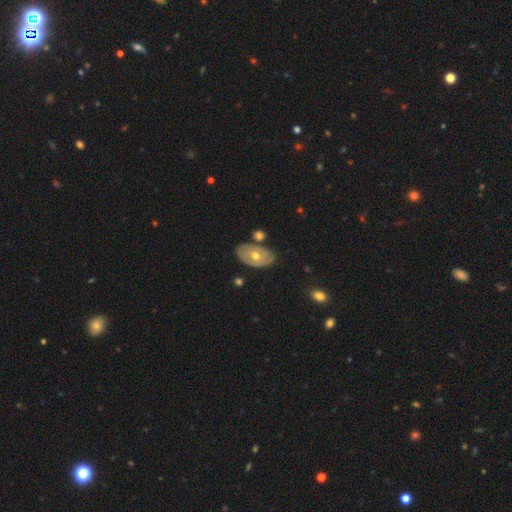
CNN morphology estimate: Smooth or featured: featured or disk — 50% (smooth — 44%)
Edge-on disk: no — 89% (yes — 11%)
Merging: none — 71% (minor disturbance — 17%)